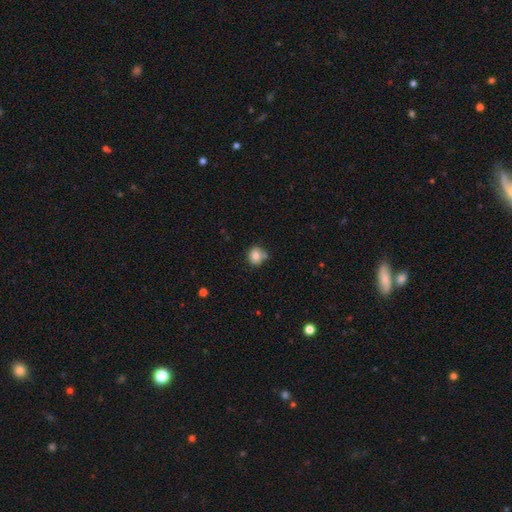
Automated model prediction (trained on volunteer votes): Smooth or featured? Predicted: smooth (p=0.79). How rounded? Predicted: round (p=0.78). Merging? Predicted: none (p=0.65).